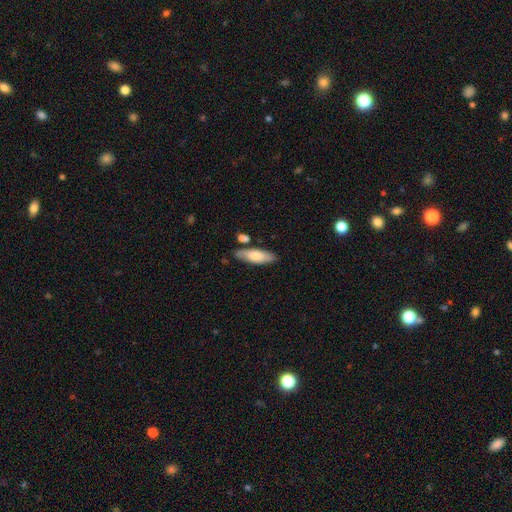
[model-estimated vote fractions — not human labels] smooth_or_featured: smooth (p=0.70) [alt: featured or disk p=0.24]
how_rounded: in between (p=0.62) [alt: cigar-shaped p=0.36]
merging: none (p=0.74) [alt: minor disturbance p=0.15]